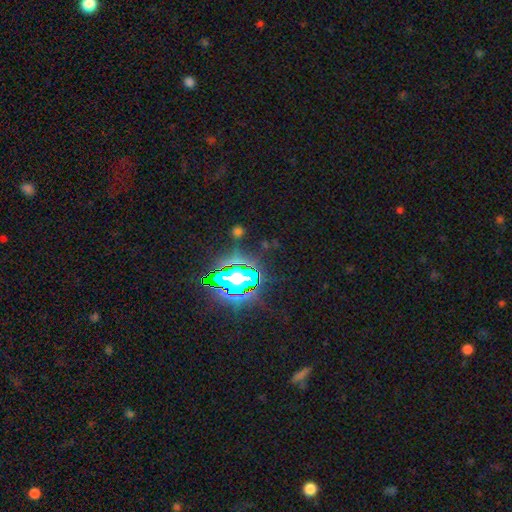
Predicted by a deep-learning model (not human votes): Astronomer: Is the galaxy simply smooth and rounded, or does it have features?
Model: star or artifact — 80%.